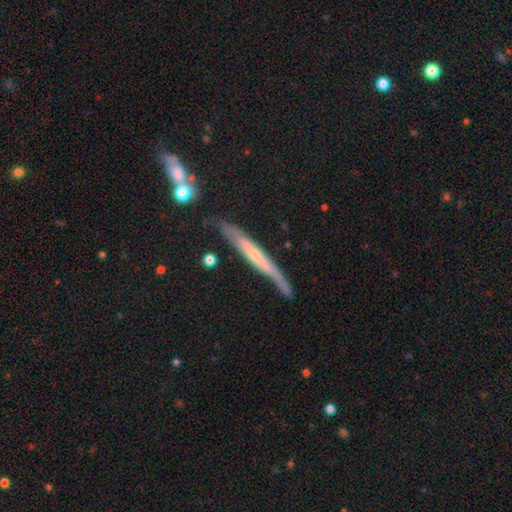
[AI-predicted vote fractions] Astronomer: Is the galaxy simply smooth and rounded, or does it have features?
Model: featured or disk — 61%.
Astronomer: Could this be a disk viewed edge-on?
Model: yes — 84%.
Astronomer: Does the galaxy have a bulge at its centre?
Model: none — 53% (runner-up: rounded, 37%).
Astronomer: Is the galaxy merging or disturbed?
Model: none — 64%.